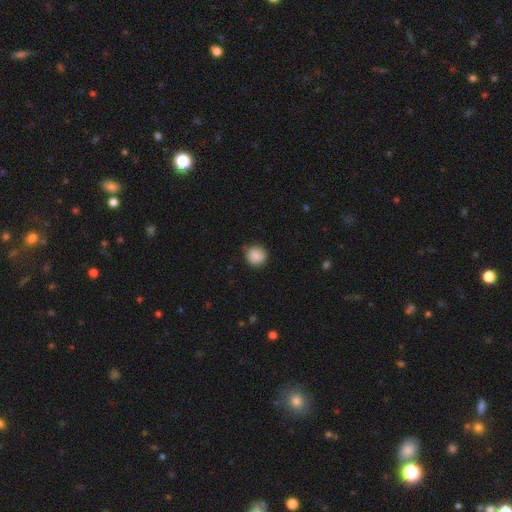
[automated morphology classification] Overall: smooth (88%). How rounded: round (90%). Merging: none (79%).